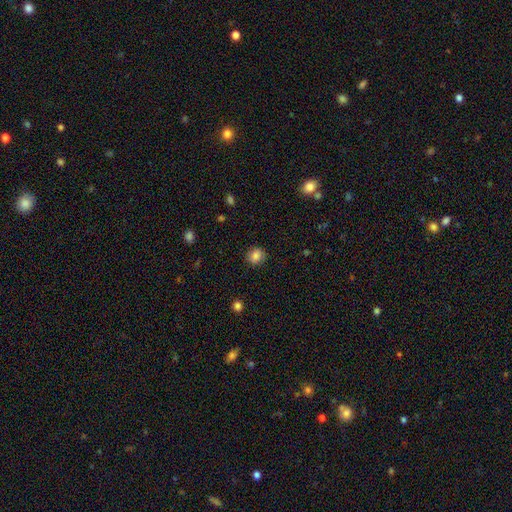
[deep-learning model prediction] Smooth or featured? smooth (85%)
How rounded? round (83%)
Merging? none (89%)